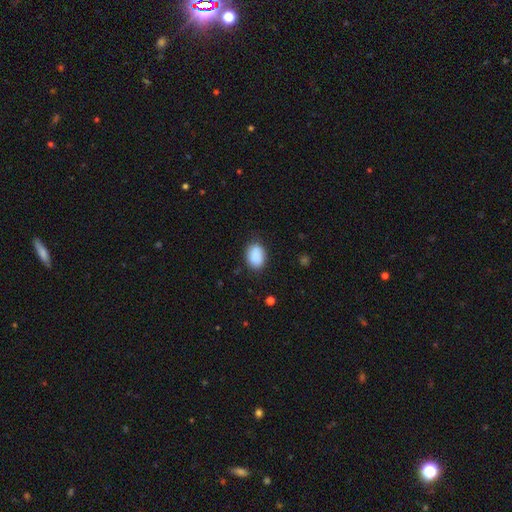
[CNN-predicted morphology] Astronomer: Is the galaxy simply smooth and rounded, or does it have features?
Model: smooth — 89%.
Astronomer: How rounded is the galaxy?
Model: in between — 80%.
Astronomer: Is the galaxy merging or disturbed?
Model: none — 80%.